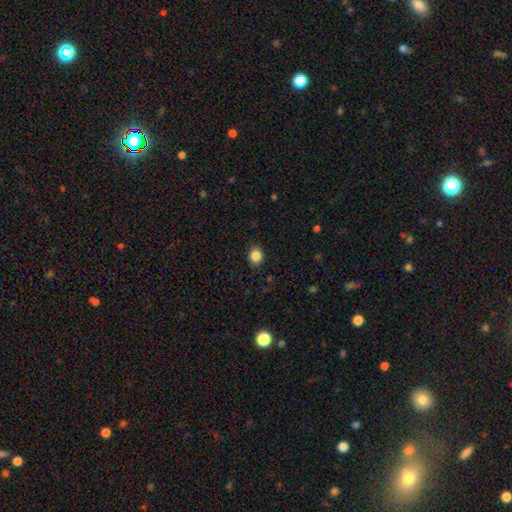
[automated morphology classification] Q: Smooth or featured?
A: smooth (86%); runner-up: star or artifact (10%)
Q: How rounded?
A: round (60%); runner-up: in between (39%)
Q: Merging?
A: none (87%); runner-up: minor disturbance (10%)